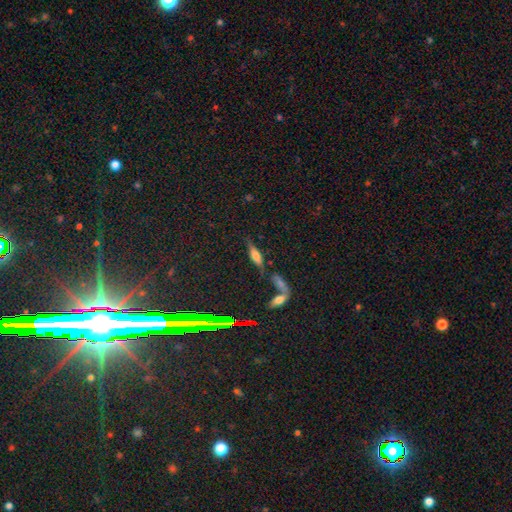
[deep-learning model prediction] smooth 44%, featured or disk 41%, star or artifact 14%. Down the decision tree: merging — none (60%).